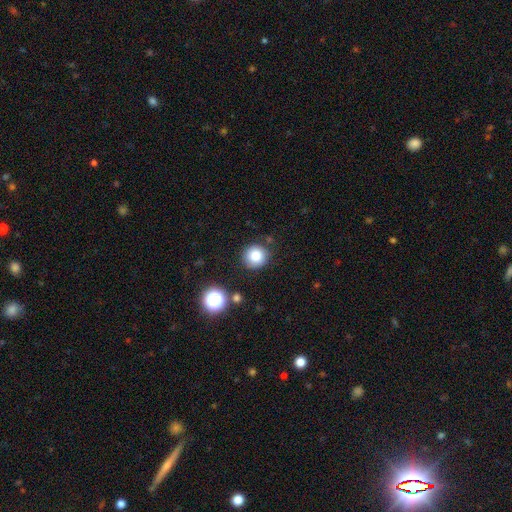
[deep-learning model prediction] This appears to be a smooth galaxy with no disk features (81%) that is round (93%). Merging: none (85%).